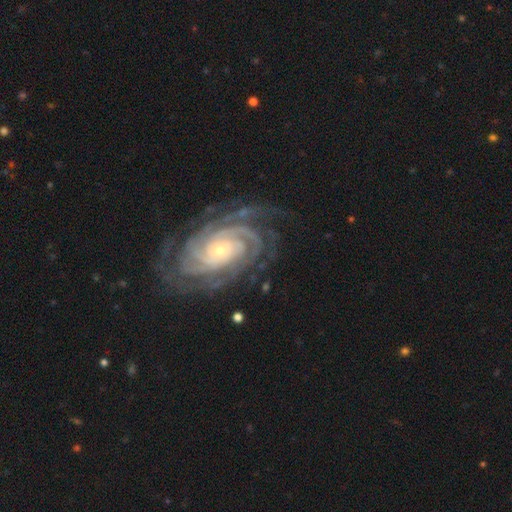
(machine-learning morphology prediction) featured or disk 85%, star or artifact 9%, smooth 6%. Down the decision tree: edge-on disk — no (96%); bar — no (60%); spiral arms — yes (98%); spiral arm count — can't tell (26%); spiral winding — tight (78%); bulge size — moderate (50%); merging — none (81%).